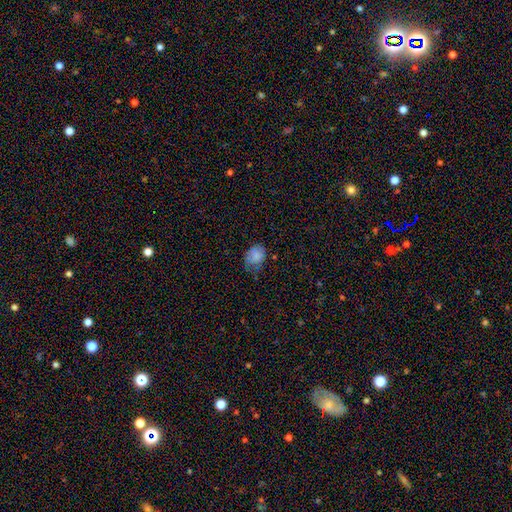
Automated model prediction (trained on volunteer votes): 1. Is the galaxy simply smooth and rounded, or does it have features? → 80% smooth, 11% featured or disk, 9% star or artifact.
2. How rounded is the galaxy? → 55% in between, 44% round, 1% cigar-shaped.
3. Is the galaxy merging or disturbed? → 48% none, 37% minor disturbance, 13% major disturbance, 2% merger.